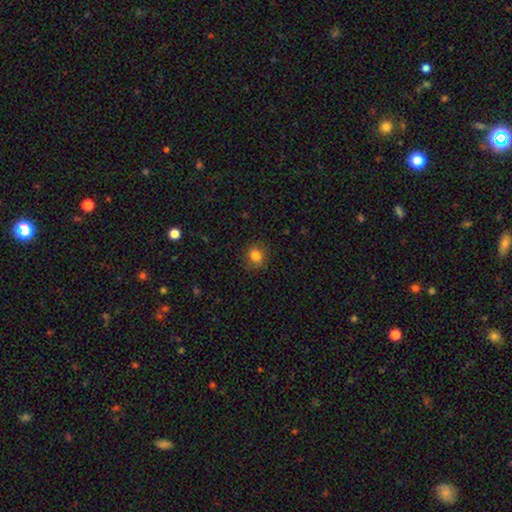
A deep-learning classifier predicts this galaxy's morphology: The model was most divided on "how rounded": round: 83%, in between: 16%, cigar-shaped: 1%. More confident: merging — none (86%); smooth or featured — smooth (83%).